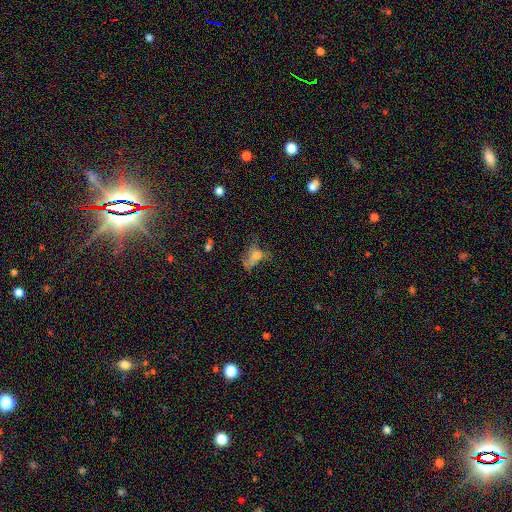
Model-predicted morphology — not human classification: Overall: smooth (48%; featured or disk 30%). Merging: major disturbance (39%; none 29%).